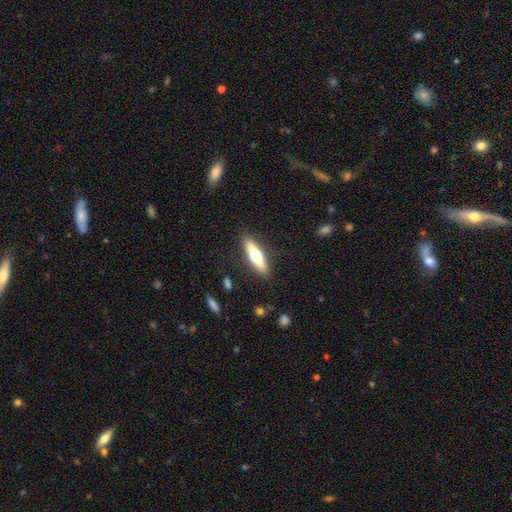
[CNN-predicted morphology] This appears to be a smooth galaxy with no disk features (48%). Merging: none (87%).